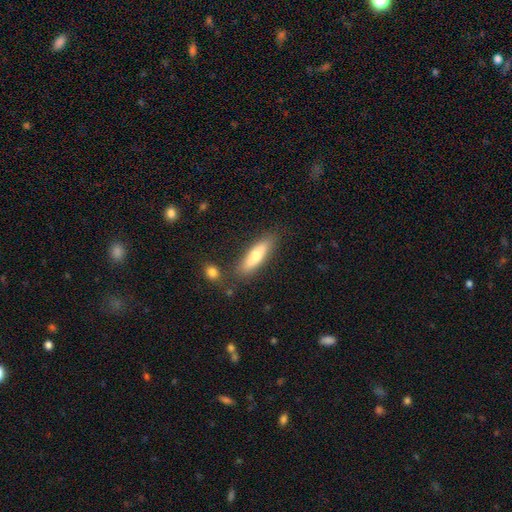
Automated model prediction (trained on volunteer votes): Overall: smooth (65%; featured or disk 29%). How rounded: cigar-shaped (62%; in between 36%). Merging: none (80%).